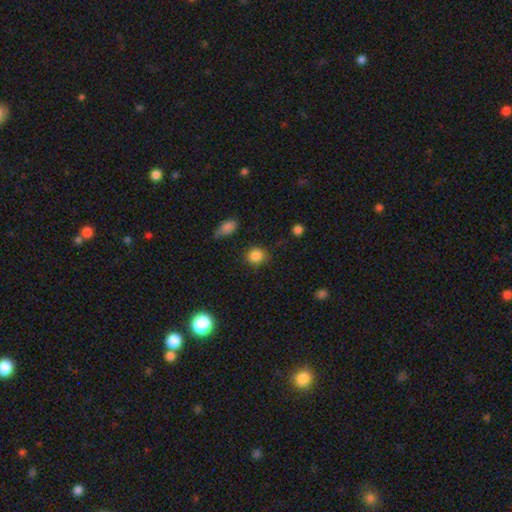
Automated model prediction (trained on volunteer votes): Smooth or featured?
  - smooth: 85% *
  - star or artifact: 11%
  - featured or disk: 4%
How rounded?
  - round: 83% *
  - in between: 16%
  - cigar-shaped: 1%
Merging?
  - none: 79% *
  - minor disturbance: 14%
  - major disturbance: 4%
  - merger: 3%